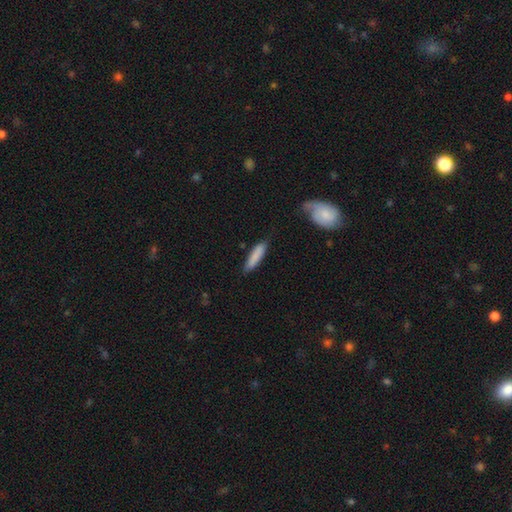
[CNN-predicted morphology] A smooth galaxy with no disk features (84%) that is cigar-shaped (75%).

Vote fractions:
- Smooth or featured? smooth: 84% / featured or disk: 10% / star or artifact: 6%
- How rounded? cigar-shaped: 75% / in between: 24% / round: 1%
- Merging? none: 77% / minor disturbance: 18% / major disturbance: 3% / merger: 2%